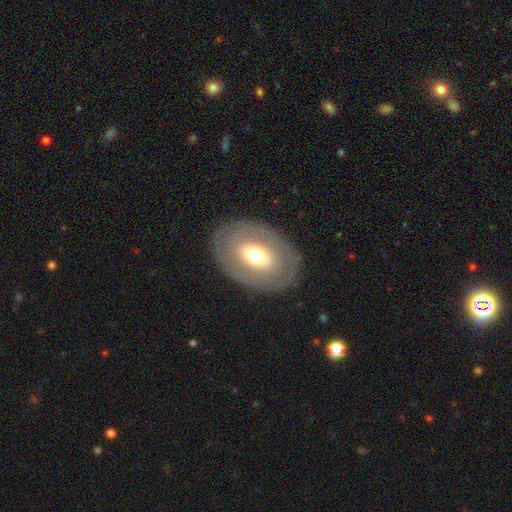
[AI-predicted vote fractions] Overall: featured or disk (52%; smooth 41%). Edge-on disk: no (91%). Merging: none (82%).